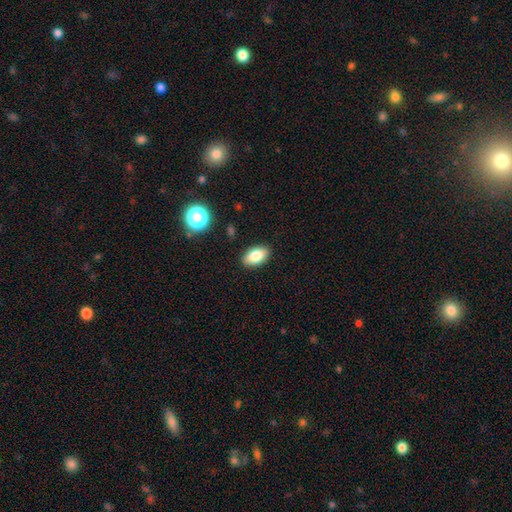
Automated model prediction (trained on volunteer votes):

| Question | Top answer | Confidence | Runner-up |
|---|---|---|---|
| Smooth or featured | smooth | 82% | featured or disk (10%) |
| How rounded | in between | 92% | round (6%) |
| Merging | none | 88% | minor disturbance (9%) |